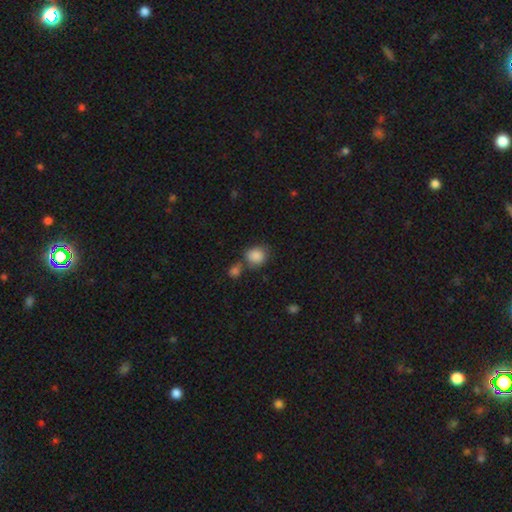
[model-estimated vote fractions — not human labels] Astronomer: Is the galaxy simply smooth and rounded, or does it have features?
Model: smooth — 87%.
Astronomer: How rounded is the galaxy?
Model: round — 71%.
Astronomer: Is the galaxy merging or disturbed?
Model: none — 57%.